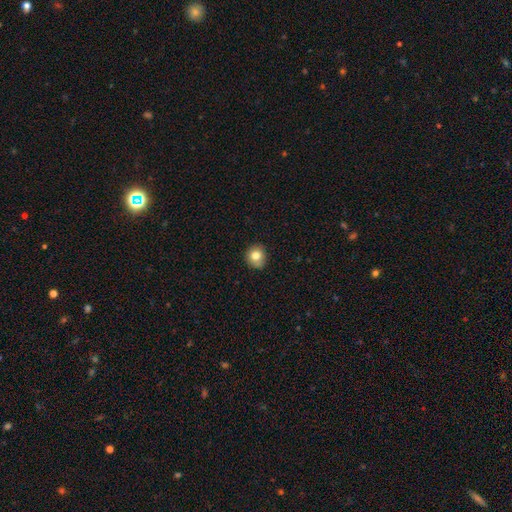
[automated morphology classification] smooth_or_featured: smooth (p=0.80) [alt: star or artifact p=0.10]
how_rounded: round (p=0.86) [alt: in between p=0.13]
merging: none (p=0.81) [alt: minor disturbance p=0.14]